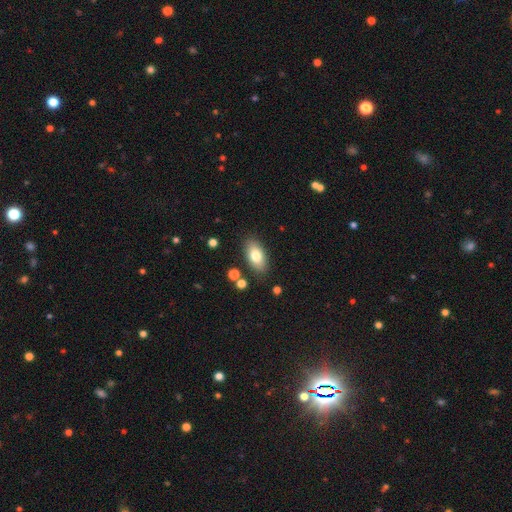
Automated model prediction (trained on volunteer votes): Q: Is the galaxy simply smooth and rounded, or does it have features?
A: smooth — 77%.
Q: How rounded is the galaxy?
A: in between — 91%.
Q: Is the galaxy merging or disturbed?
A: none — 84%.